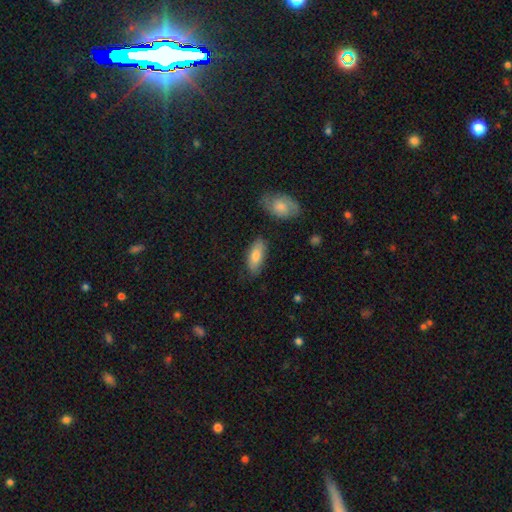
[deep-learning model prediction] Smooth or featured: smooth — 79% (featured or disk — 15%)
How rounded: in between — 81% (cigar-shaped — 16%)
Merging: none — 77% (minor disturbance — 16%)